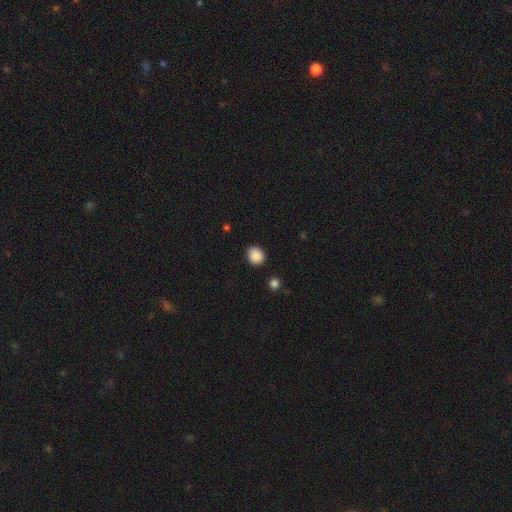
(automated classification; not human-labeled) smooth-or-featured: smooth: 88% | star or artifact: 9% | featured or disk: 3%
  how-rounded: round: 75% | in between: 24% | cigar-shaped: 1%
  merging: none: 84% | minor disturbance: 11% | major disturbance: 3% | merger: 2%